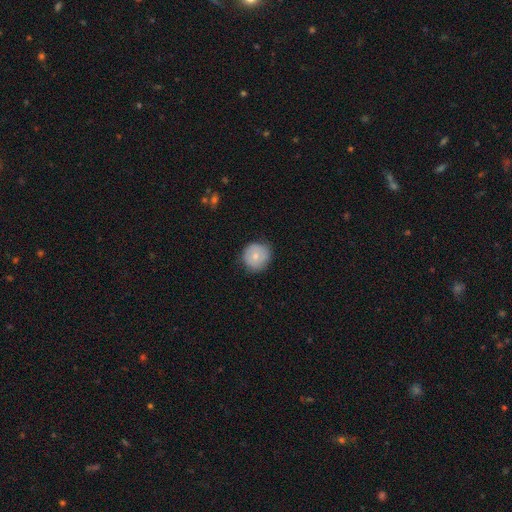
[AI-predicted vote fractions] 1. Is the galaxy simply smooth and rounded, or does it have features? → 73% smooth, 20% featured or disk, 7% star or artifact.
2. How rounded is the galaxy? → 91% round, 8% in between, 1% cigar-shaped.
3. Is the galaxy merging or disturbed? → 78% none, 18% minor disturbance, 3% major disturbance, 1% merger.